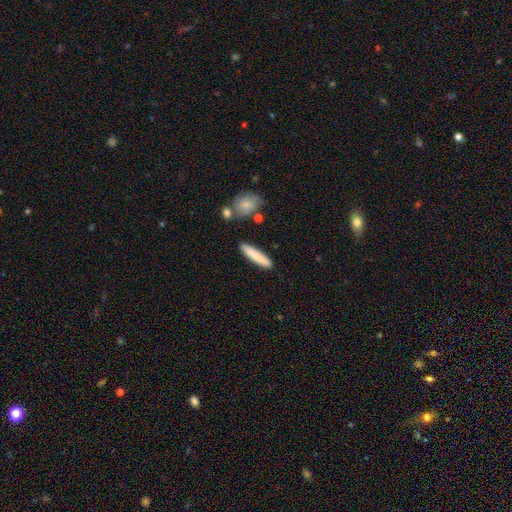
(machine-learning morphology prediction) The model was most divided on "smooth or featured": smooth: 81%, featured or disk: 14%, star or artifact: 6%. More confident: how rounded — cigar-shaped (89%); merging — none (86%).